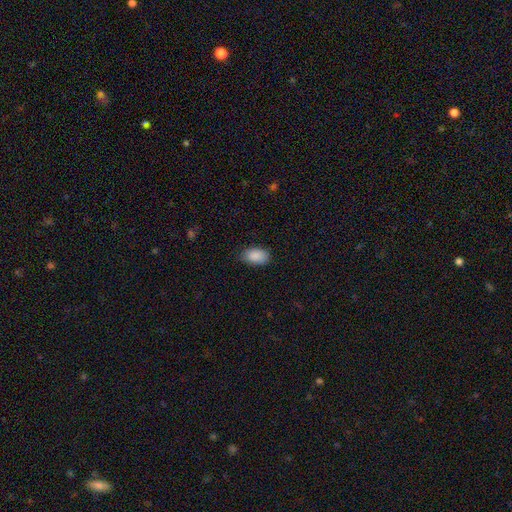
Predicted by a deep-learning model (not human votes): A smooth galaxy with no disk features (90%) that is in between round and cigar-shaped (93%).

Vote fractions:
- Smooth or featured? smooth: 90% / star or artifact: 7% / featured or disk: 4%
- How rounded? in between: 93% / round: 5% / cigar-shaped: 2%
- Merging? none: 80% / minor disturbance: 16% / major disturbance: 3% / merger: 1%